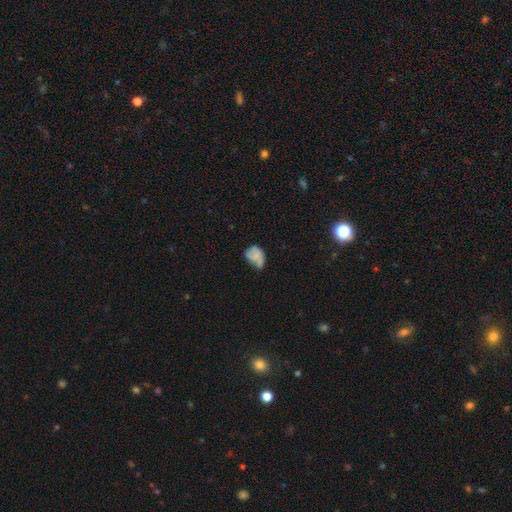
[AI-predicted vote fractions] A smooth galaxy with no disk features (61%) that is in between round and cigar-shaped (65%). Merging: minor disturbance (39%).